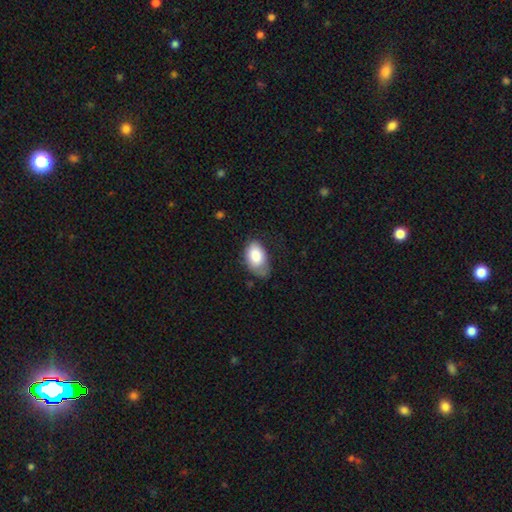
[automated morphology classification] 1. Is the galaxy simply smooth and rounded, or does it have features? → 83% smooth, 10% featured or disk, 6% star or artifact.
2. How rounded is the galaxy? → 91% in between, 7% round, 1% cigar-shaped.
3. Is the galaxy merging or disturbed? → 48% none, 37% minor disturbance, 12% major disturbance, 2% merger.